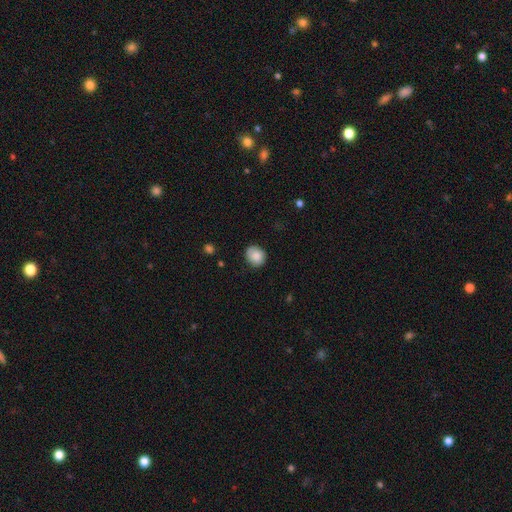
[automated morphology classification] Smooth or featured? smooth (82%)
How rounded? round (73%)
Merging? none (72%)